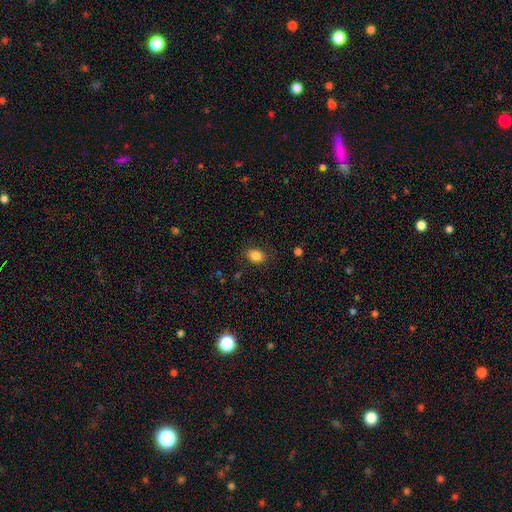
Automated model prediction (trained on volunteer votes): Smooth or featured? Predicted: smooth (p=0.85). How rounded? Predicted: in between (p=0.69). Merging? Predicted: none (p=0.83).